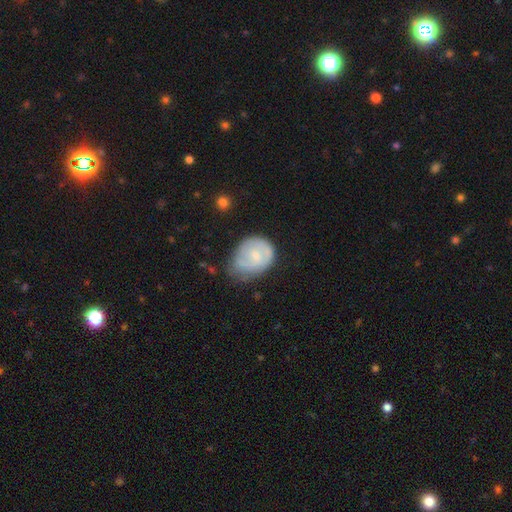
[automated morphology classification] A featured or disk galaxy (48%).

Vote fractions:
- Smooth or featured? featured or disk: 48% / smooth: 46% / star or artifact: 7%
- Merging? none: 43% / minor disturbance: 37% / major disturbance: 17% / merger: 3%